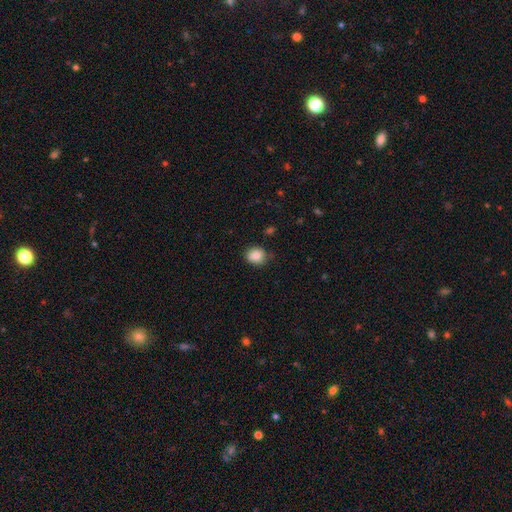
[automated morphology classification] This is clearly a smooth galaxy (86%). How rounded: likely round (74%). Merging: likely none (79%).